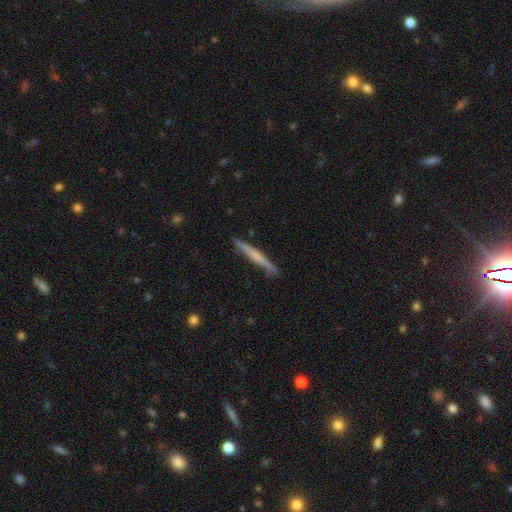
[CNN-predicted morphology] A featured or disk galaxy (49%). Merging: none (88%).